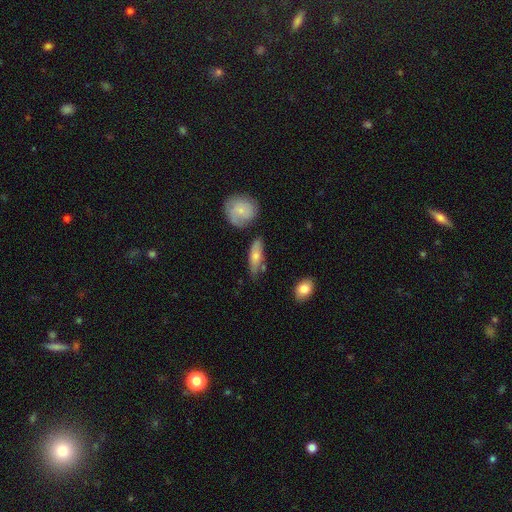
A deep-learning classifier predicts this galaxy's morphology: The model was most divided on "how rounded": in between: 56%, cigar-shaped: 39%, round: 4%. More confident: merging — none (63%); smooth or featured — smooth (63%).